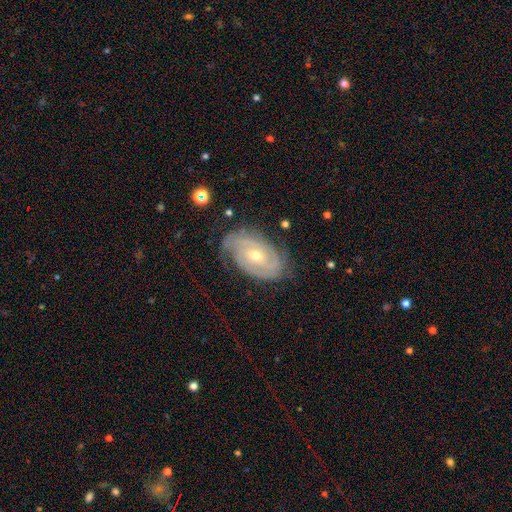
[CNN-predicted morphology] type=featured or disk (87%); edge-on=no (96%); bar=no (46%); spiral arms=yes (96%); winding=tight (70%); arm count=2 (45%); bulge=small (50%); merging=none (74%).